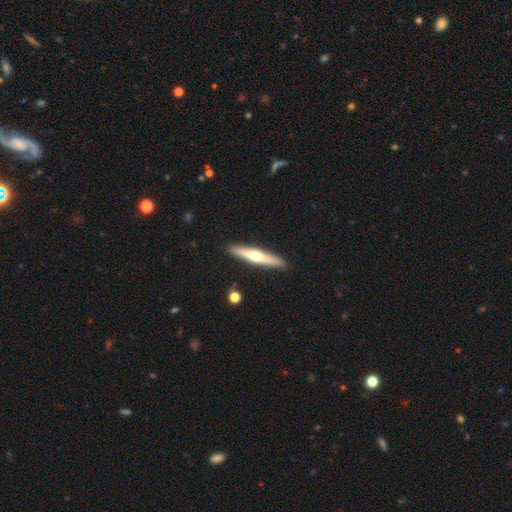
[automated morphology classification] smooth_or_featured: featured or disk (p=0.58) [alt: smooth p=0.37]
disk_edge_on: yes (p=0.95) [alt: no p=0.05]
edge_on_bulge: rounded (p=0.91) [alt: none p=0.07]
merging: none (p=0.91) [alt: minor disturbance p=0.06]